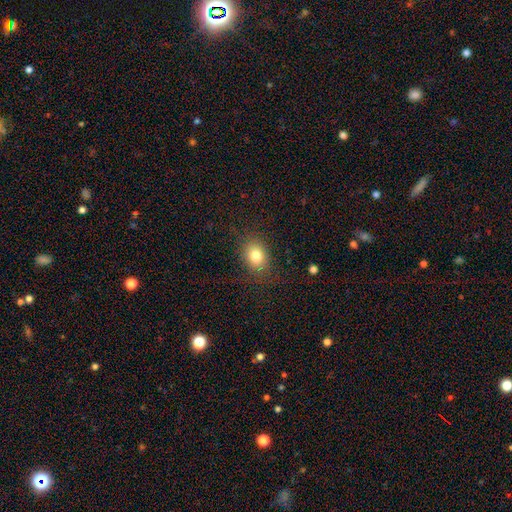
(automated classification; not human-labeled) This appears to be a smooth galaxy with no disk features (81%) that is in between round and cigar-shaped (61%). Merging: none (83%).